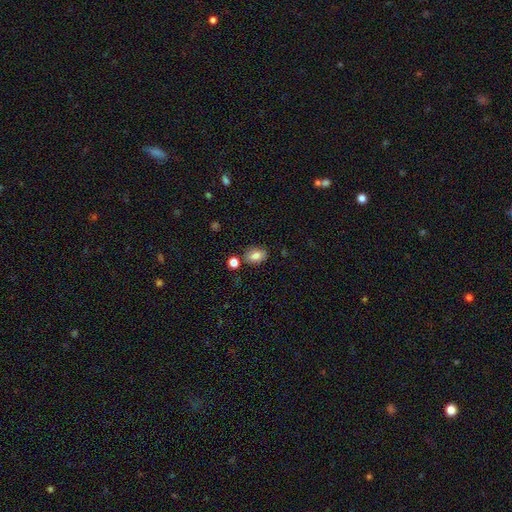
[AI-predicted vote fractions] A smooth galaxy with no disk features (82%) that is in between round and cigar-shaped (76%). Merging: none (79%).